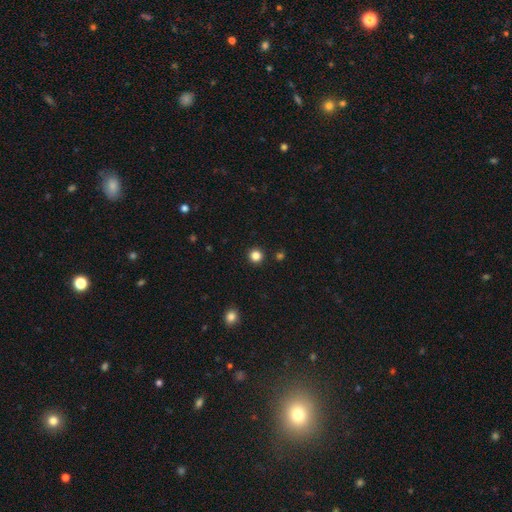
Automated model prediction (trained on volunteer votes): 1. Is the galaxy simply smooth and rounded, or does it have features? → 84% smooth, 13% star or artifact, 4% featured or disk.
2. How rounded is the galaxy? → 95% round, 4% in between, 1% cigar-shaped.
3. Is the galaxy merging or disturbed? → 93% none, 4% minor disturbance, 2% merger, 2% major disturbance.